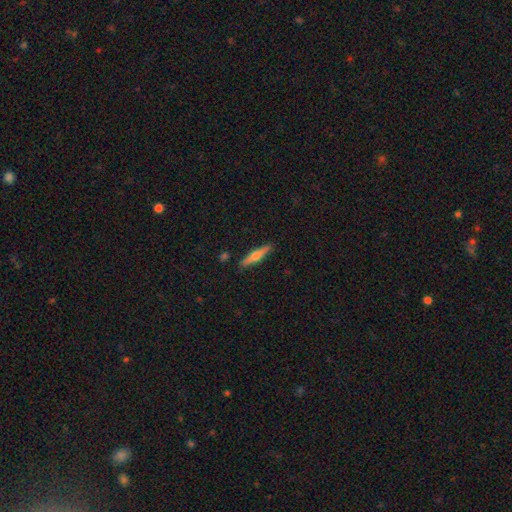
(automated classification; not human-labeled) smooth-or-featured: featured or disk: 49% | smooth: 45% | star or artifact: 6%
  merging: none: 88% | minor disturbance: 8% | merger: 2% | major disturbance: 2%